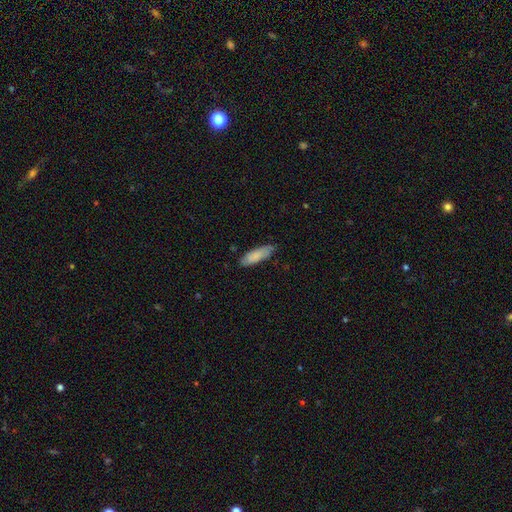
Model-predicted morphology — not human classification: The model was most divided on "how rounded": in between: 53%, cigar-shaped: 45%, round: 1%. More confident: smooth or featured — smooth (80%); merging — none (74%).